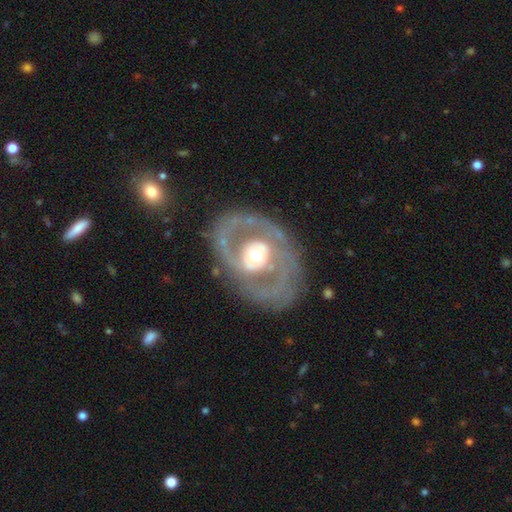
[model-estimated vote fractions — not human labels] A featured or disk galaxy (79%) with no bar (54%), spiral arms (56%) and a moderate central bulge (65%). Merging: none (74%).